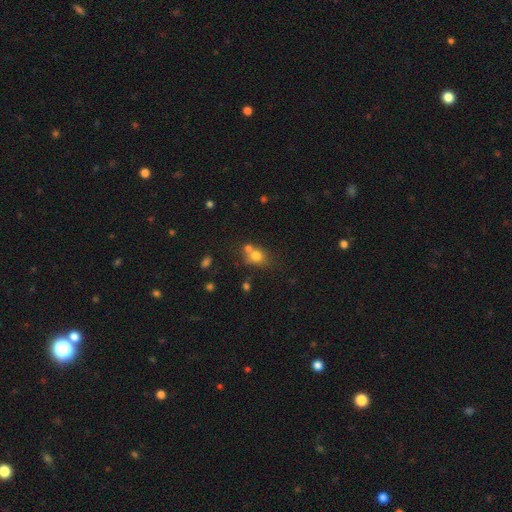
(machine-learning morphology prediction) Smooth or featured? smooth (74%)
How rounded? round (64%)
Merging? none (47%)